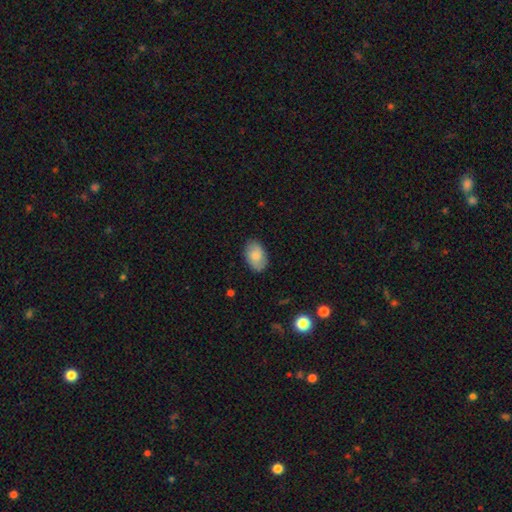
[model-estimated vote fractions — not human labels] Q: Smooth or featured?
A: smooth (82%); runner-up: featured or disk (11%)
Q: How rounded?
A: in between (91%); runner-up: round (8%)
Q: Merging?
A: none (84%); runner-up: minor disturbance (12%)